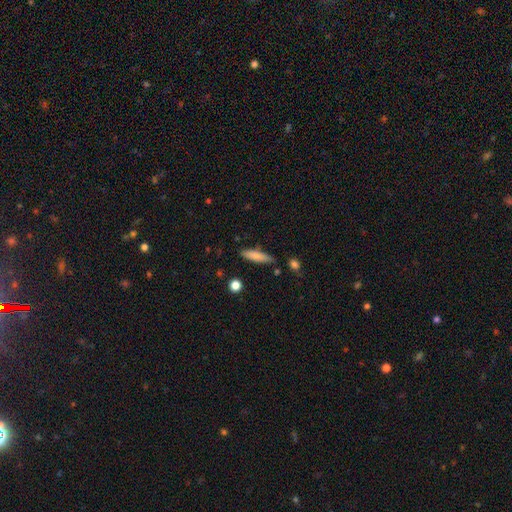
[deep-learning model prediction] Smooth or featured? smooth (77%)
How rounded? cigar-shaped (77%)
Merging? none (82%)